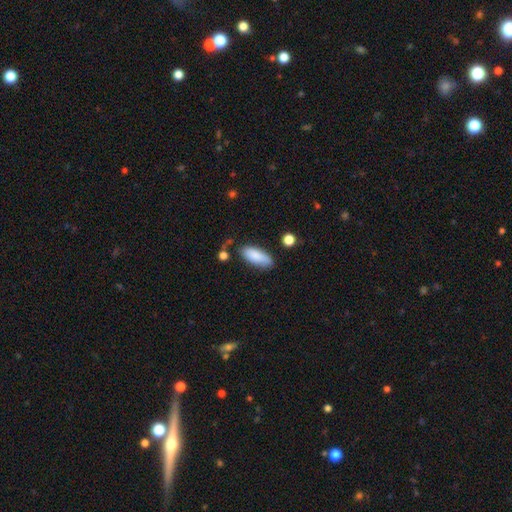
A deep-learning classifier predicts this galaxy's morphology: A smooth galaxy with no disk features (85%) that is in between round and cigar-shaped (77%).

Vote fractions:
- Smooth or featured? smooth: 85% / featured or disk: 8% / star or artifact: 6%
- How rounded? in between: 77% / cigar-shaped: 21% / round: 2%
- Merging? none: 73% / minor disturbance: 19% / merger: 5% / major disturbance: 4%